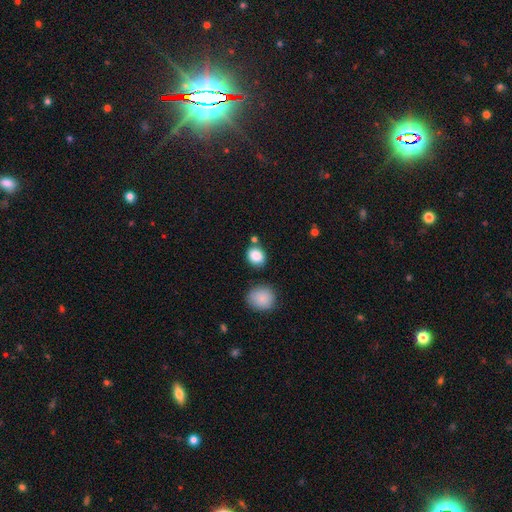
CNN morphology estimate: smooth-or-featured: smooth: 86% | star or artifact: 9% | featured or disk: 5%
  how-rounded: round: 50% | in between: 49% | cigar-shaped: 1%
  merging: none: 74% | minor disturbance: 14% | merger: 8% | major disturbance: 4%